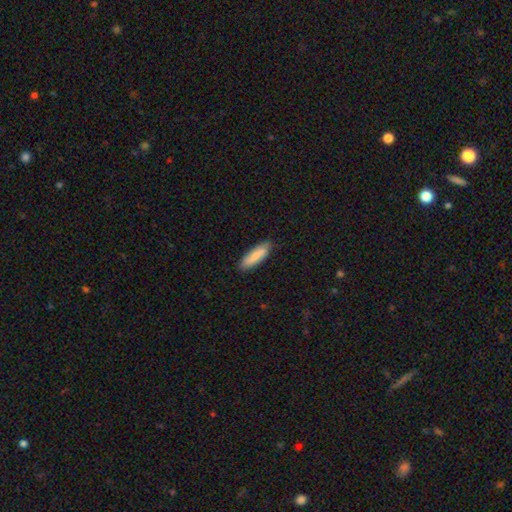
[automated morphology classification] smooth_or_featured: smooth (p=0.82) [alt: featured or disk p=0.12]
how_rounded: cigar-shaped (p=0.54) [alt: in between p=0.44]
merging: none (p=0.82) [alt: minor disturbance p=0.14]